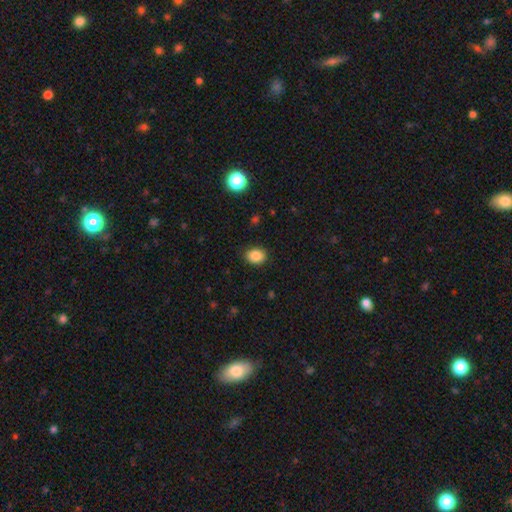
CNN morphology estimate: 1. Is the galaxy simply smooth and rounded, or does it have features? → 86% smooth, 10% star or artifact, 4% featured or disk.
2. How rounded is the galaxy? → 57% in between, 42% round, 1% cigar-shaped.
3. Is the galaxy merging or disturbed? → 88% none, 9% minor disturbance, 2% major disturbance, 1% merger.